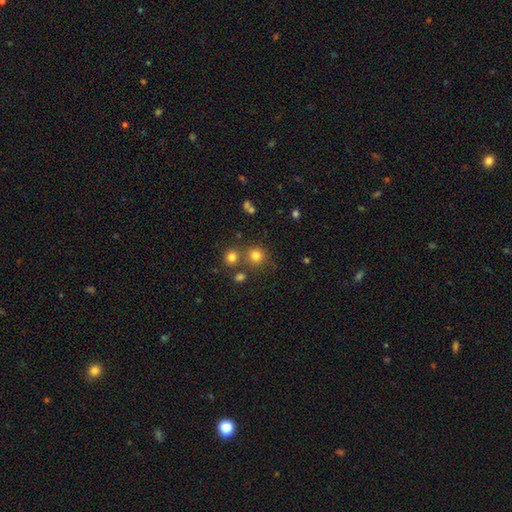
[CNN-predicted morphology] A smooth galaxy with no disk features (76%) that is round (90%). Merging: none (70%).